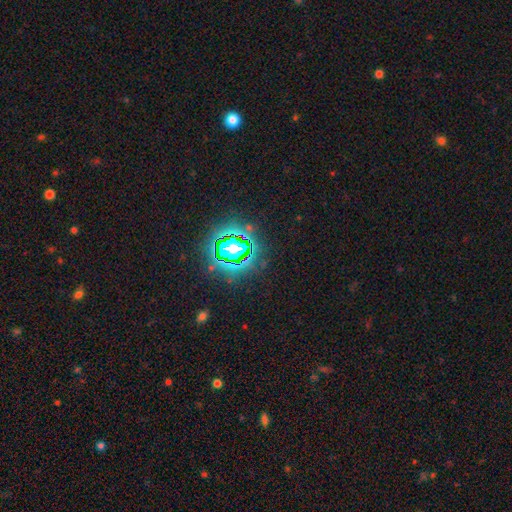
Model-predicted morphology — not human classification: smooth-or-featured: star or artifact: 81% | smooth: 11% | featured or disk: 8%